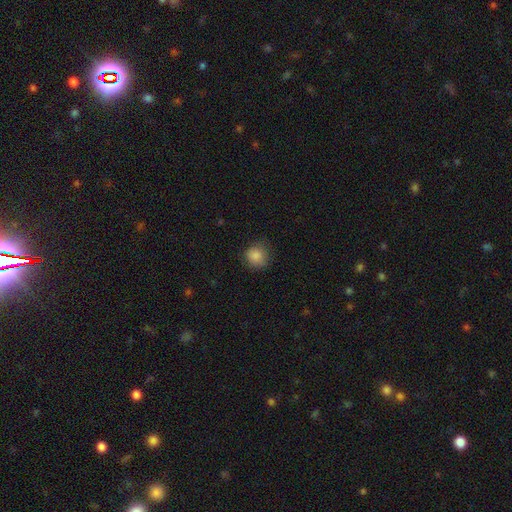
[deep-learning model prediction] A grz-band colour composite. It shows a smooth galaxy with no disk features (86%) that is round (88%). Merging: none (76%).